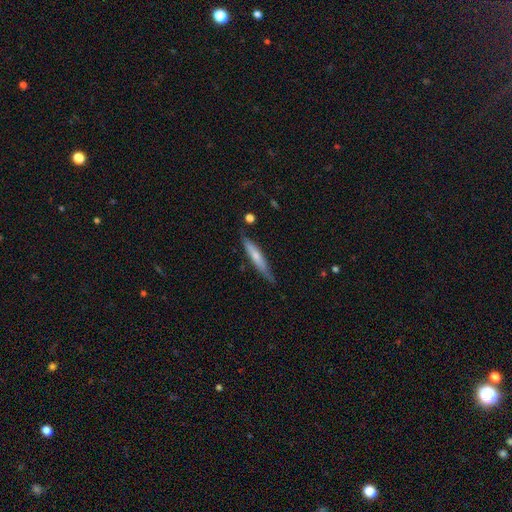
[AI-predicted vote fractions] Smooth or featured: smooth — 55% (featured or disk — 40%)
How rounded: cigar-shaped — 91% (in between — 7%)
Merging: none — 73% (minor disturbance — 22%)